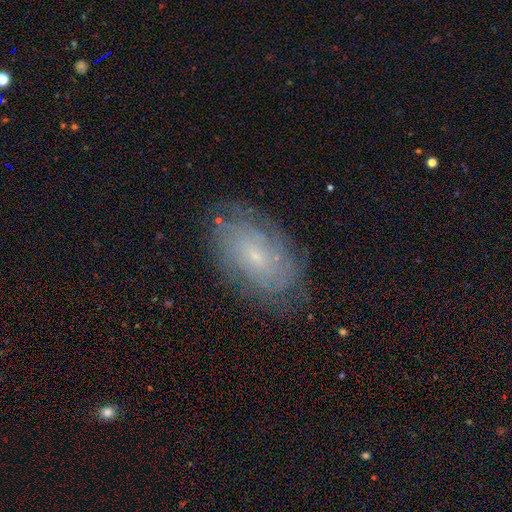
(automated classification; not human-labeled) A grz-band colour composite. It shows a featured or disk galaxy (65%) with no bar (70%), tight (72%) spiral arms (84%) and a small central bulge (81%). Merging: none (79%).